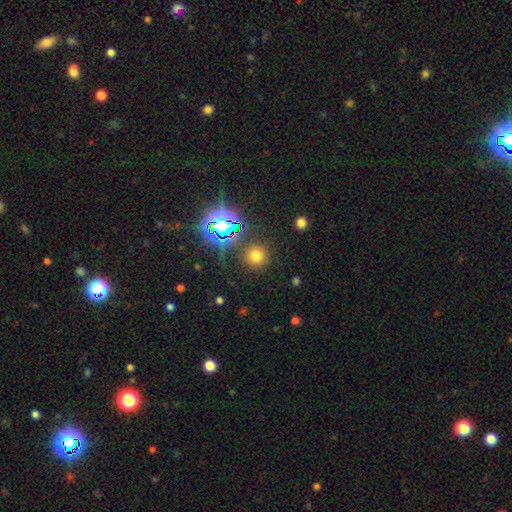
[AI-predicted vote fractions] A smooth galaxy with no disk features (65%) that is round (93%). Merging: none (87%).